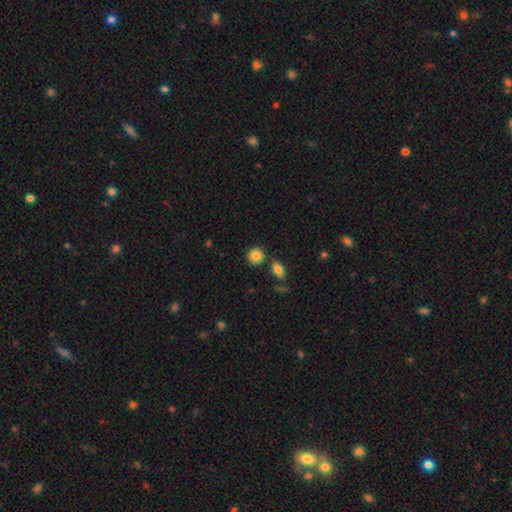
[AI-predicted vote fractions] Overall: smooth (85%). How rounded: round (86%). Merging: none (78%).